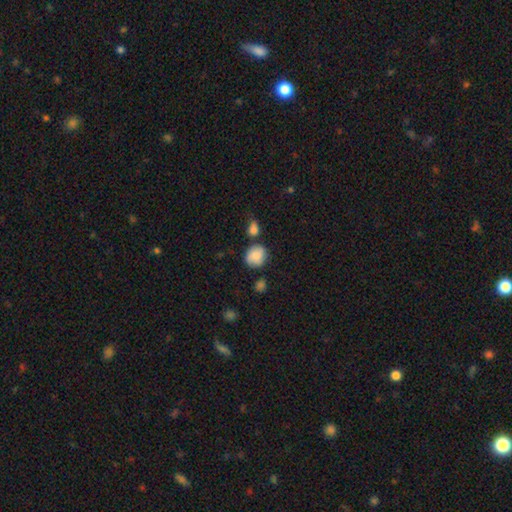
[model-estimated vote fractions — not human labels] Morphology: type=smooth (78%); roundness=round (70%); merging=none (65%).